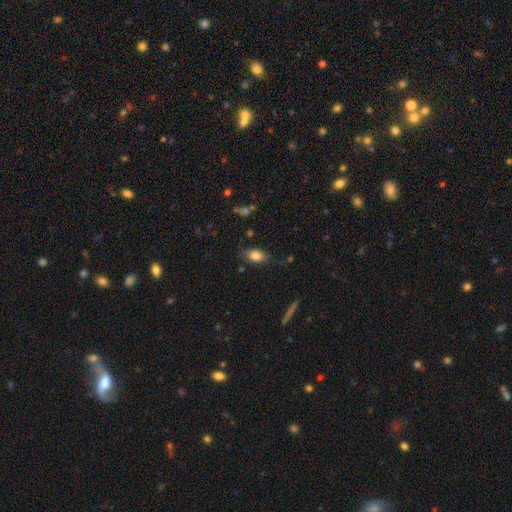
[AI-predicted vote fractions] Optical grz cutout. It shows a smooth galaxy with no disk features (81%) that is in between round and cigar-shaped (86%). Merging: none (74%).